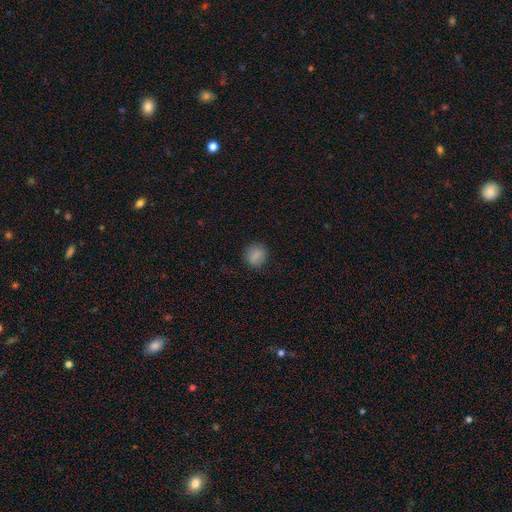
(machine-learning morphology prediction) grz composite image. It shows a smooth galaxy with no disk features (82%) that is round (80%). Merging: none (87%).